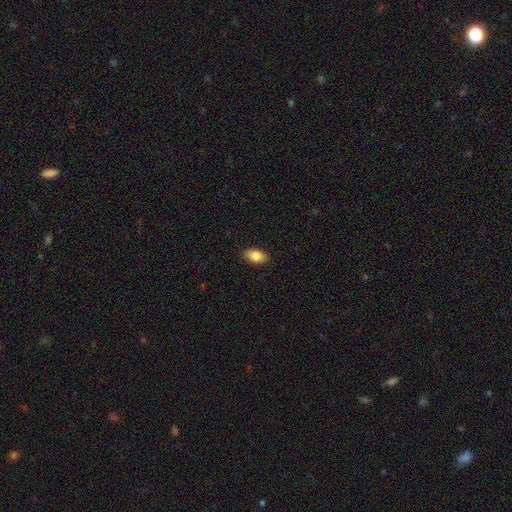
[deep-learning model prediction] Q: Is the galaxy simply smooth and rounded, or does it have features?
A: smooth — 84%.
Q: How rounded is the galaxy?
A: in between — 91%.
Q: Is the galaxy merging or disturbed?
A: none — 88%.